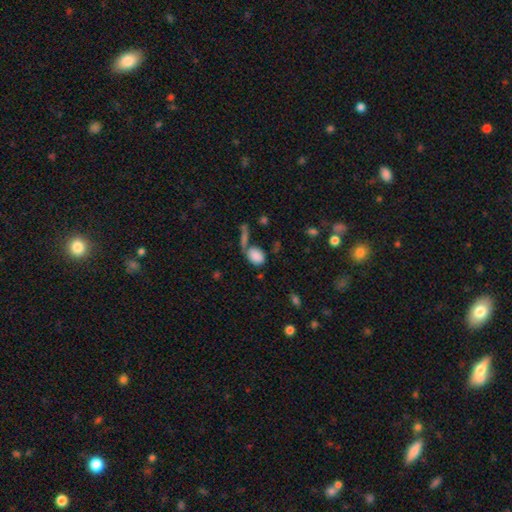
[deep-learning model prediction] Smooth or featured: smooth — 84% (star or artifact — 9%)
How rounded: in between — 75% (round — 22%)
Merging: none — 52% (merger — 24%)